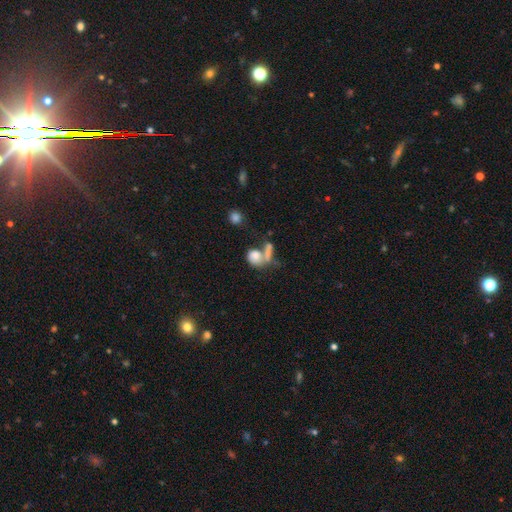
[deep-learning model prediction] Overall: smooth (69%). How rounded: round (49%; in between 48%). Merging: merger (47%; none 26%).